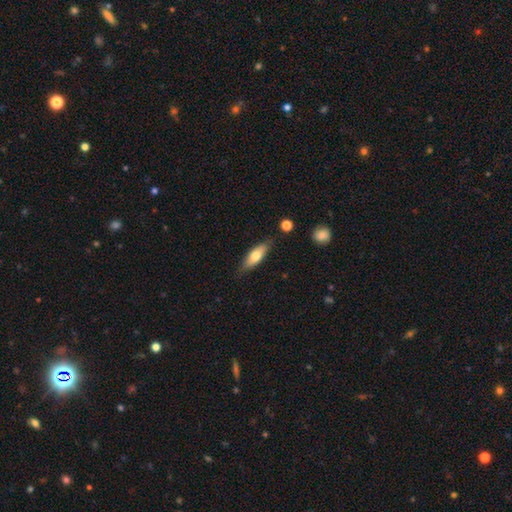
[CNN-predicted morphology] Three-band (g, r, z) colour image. It shows a smooth galaxy with no disk features (64%) that is in between round and cigar-shaped (56%). Merging: none (79%).